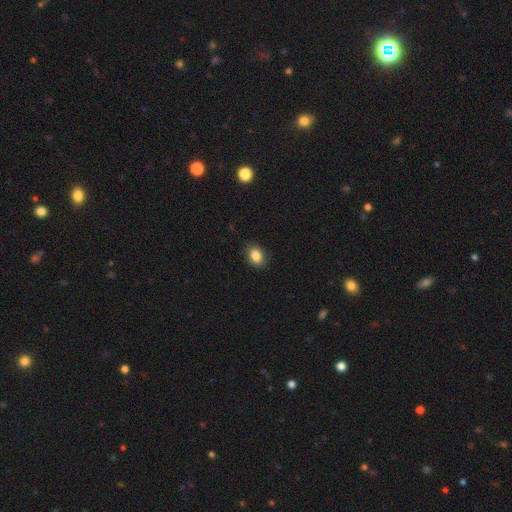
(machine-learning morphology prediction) A smooth galaxy with no disk features (86%) that is in between round and cigar-shaped (77%). Merging: none (86%).